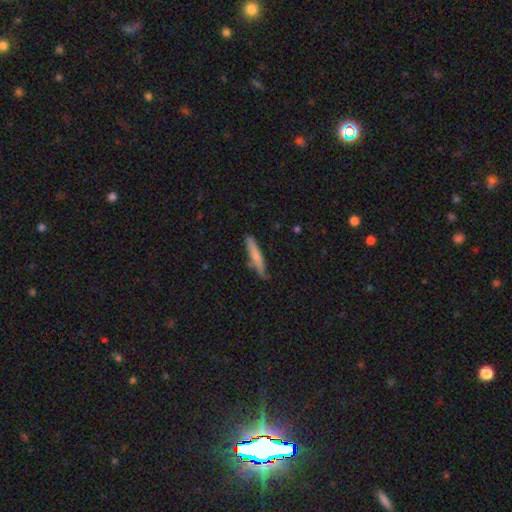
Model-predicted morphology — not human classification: Overall: smooth (70%). How rounded: cigar-shaped (91%). Merging: none (75%).